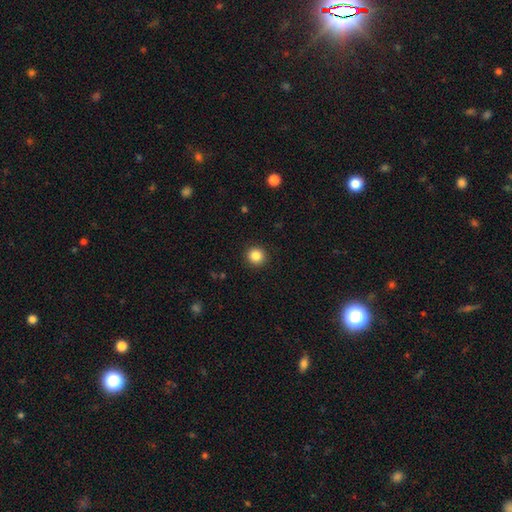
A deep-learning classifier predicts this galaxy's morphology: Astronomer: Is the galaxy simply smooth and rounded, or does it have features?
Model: smooth — 85%.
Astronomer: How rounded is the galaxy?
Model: round — 94%.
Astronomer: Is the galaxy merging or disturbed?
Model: none — 93%.